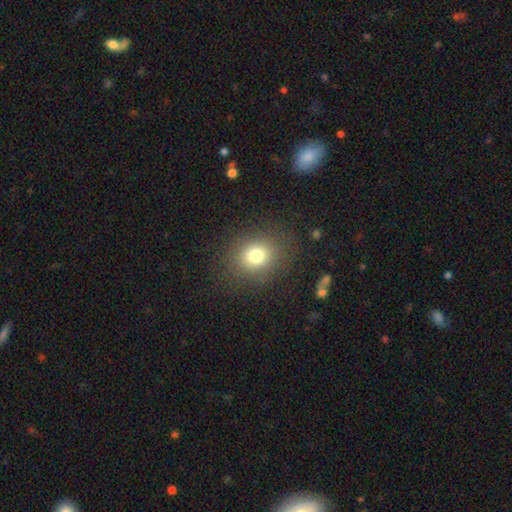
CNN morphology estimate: Overall: smooth (76%). How rounded: round (66%; in between 34%). Merging: none (84%).